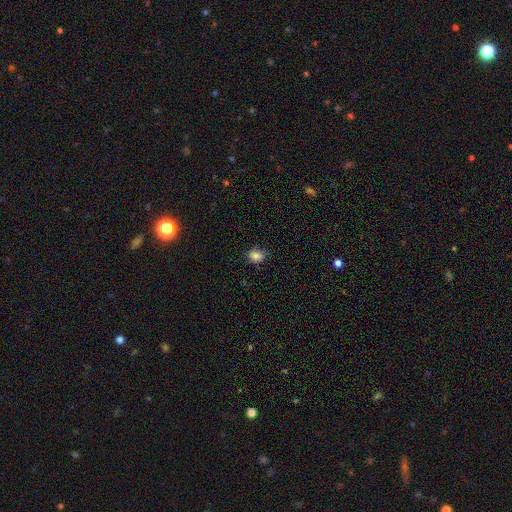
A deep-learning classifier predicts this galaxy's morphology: smooth_or_featured: smooth (p=0.81) [alt: star or artifact p=0.12]
how_rounded: in between (p=0.51) [alt: round p=0.48]
merging: none (p=0.73) [alt: minor disturbance p=0.21]